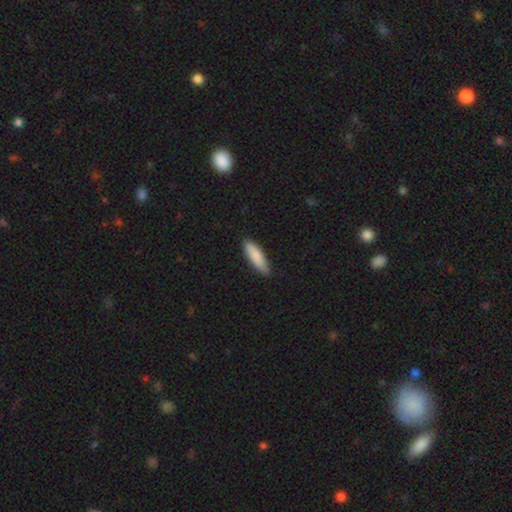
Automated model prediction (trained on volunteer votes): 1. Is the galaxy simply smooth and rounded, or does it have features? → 87% smooth, 8% featured or disk, 5% star or artifact.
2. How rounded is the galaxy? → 57% cigar-shaped, 41% in between, 1% round.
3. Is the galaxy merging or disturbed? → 84% none, 13% minor disturbance, 2% major disturbance, 1% merger.